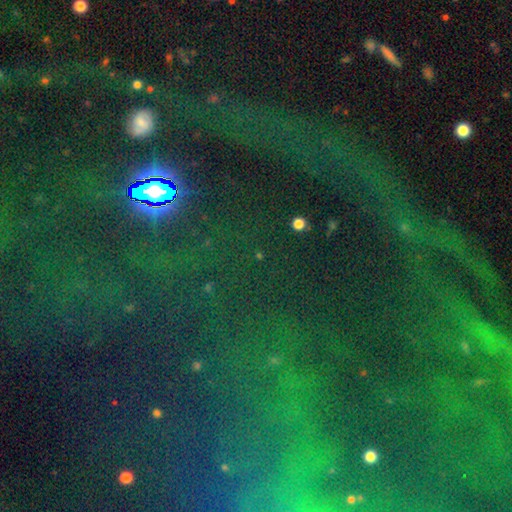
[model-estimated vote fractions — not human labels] smooth-or-featured: star or artifact: 79% | smooth: 12% | featured or disk: 9%